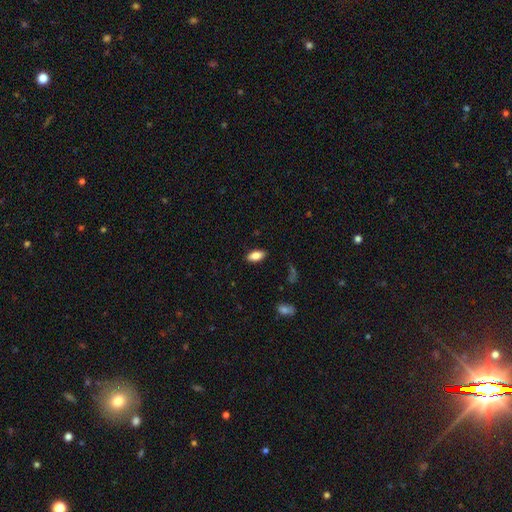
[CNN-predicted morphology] Q: Smooth or featured?
A: smooth (83%); runner-up: featured or disk (10%)
Q: How rounded?
A: in between (89%); runner-up: cigar-shaped (8%)
Q: Merging?
A: none (87%); runner-up: minor disturbance (9%)